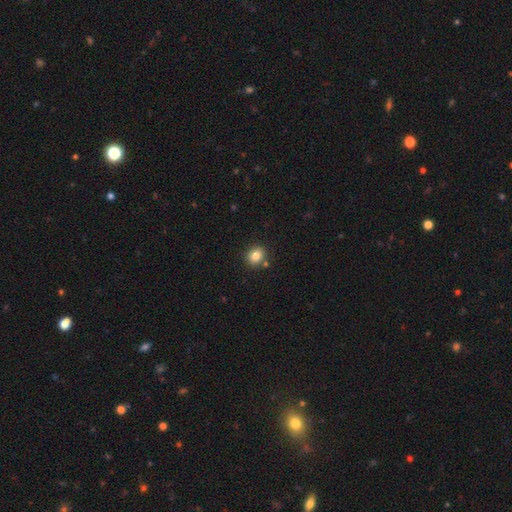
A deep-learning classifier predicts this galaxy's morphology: This is clearly a smooth galaxy (83%). How rounded: likely round (68%). Merging: clearly none (81%).